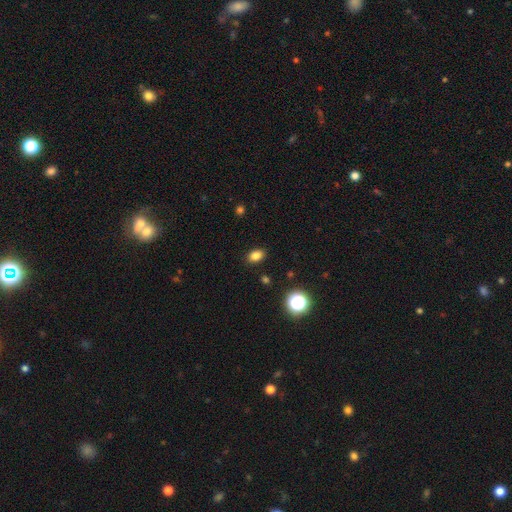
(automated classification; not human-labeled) The model was most divided on "how rounded": in between: 79%, round: 19%, cigar-shaped: 1%. More confident: merging — none (88%); smooth or featured — smooth (82%).